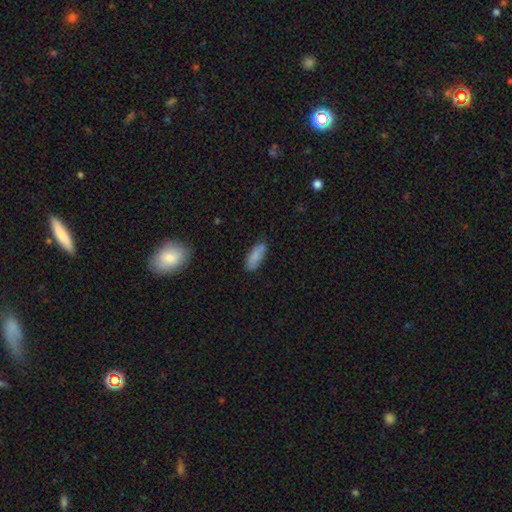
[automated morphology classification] The model was most divided on "how rounded": in between: 74%, cigar-shaped: 24%, round: 2%. More confident: smooth or featured — smooth (84%); merging — none (76%).